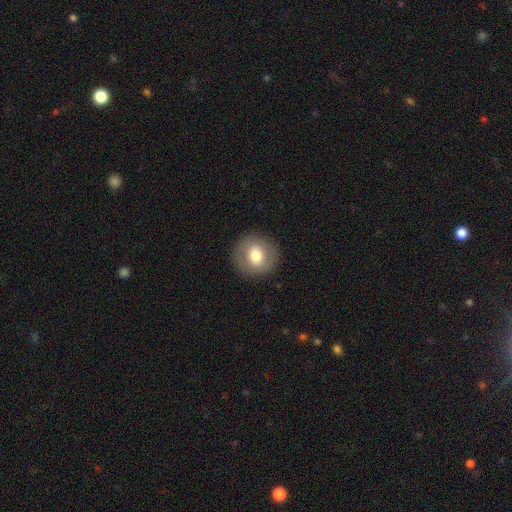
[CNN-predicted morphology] Smooth or featured: smooth — 69% (featured or disk — 23%)
How rounded: round — 88% (in between — 11%)
Merging: none — 89% (minor disturbance — 7%)